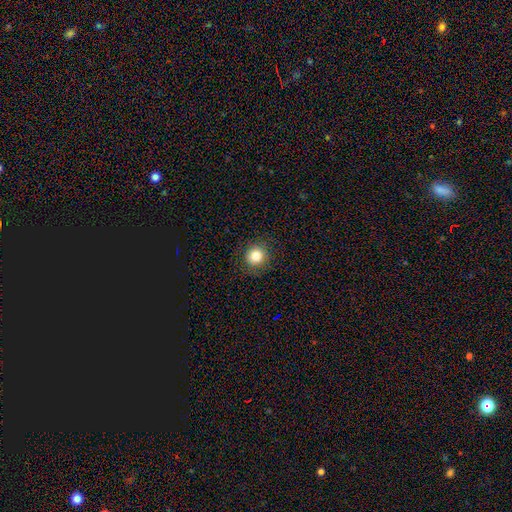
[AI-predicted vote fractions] Morphology: type=smooth (81%); roundness=round (90%); merging=none (89%).